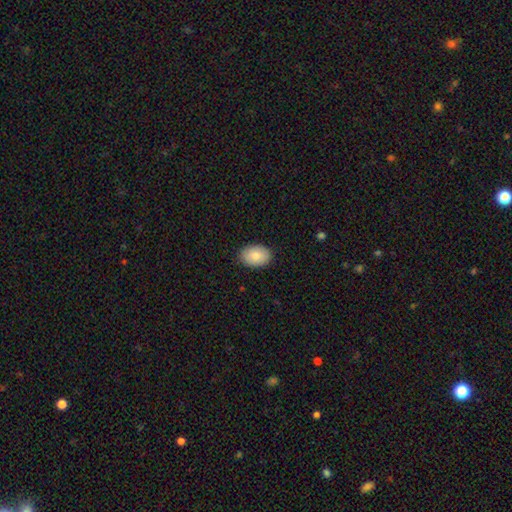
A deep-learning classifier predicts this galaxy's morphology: Overall: smooth (86%). How rounded: in between (83%). Merging: none (88%).